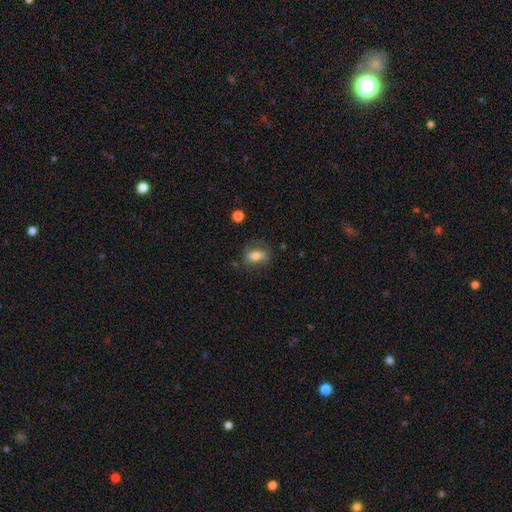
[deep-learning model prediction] Q: Smooth or featured?
A: smooth (67%); runner-up: featured or disk (24%)
Q: How rounded?
A: in between (75%); runner-up: round (22%)
Q: Merging?
A: none (63%); runner-up: minor disturbance (23%)